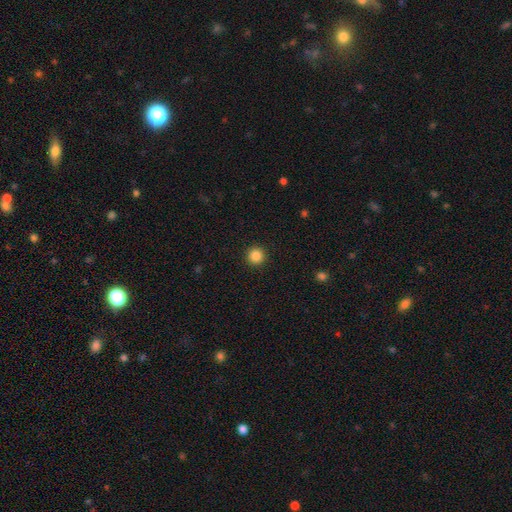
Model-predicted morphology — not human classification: Overall: smooth (86%). How rounded: round (96%). Merging: none (93%).